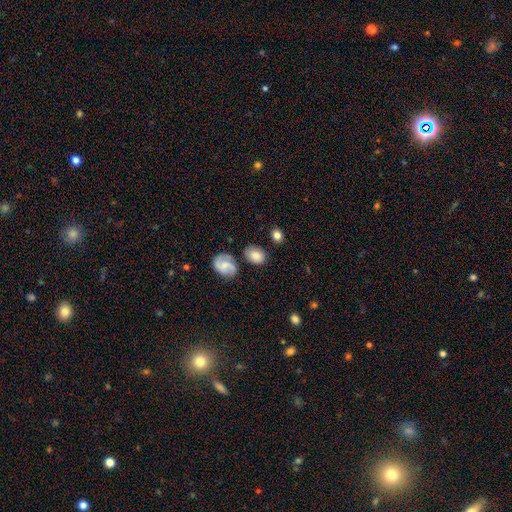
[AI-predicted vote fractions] Smooth or featured: smooth — 77% (featured or disk — 15%)
How rounded: in between — 64% (round — 35%)
Merging: none — 72% (minor disturbance — 16%)